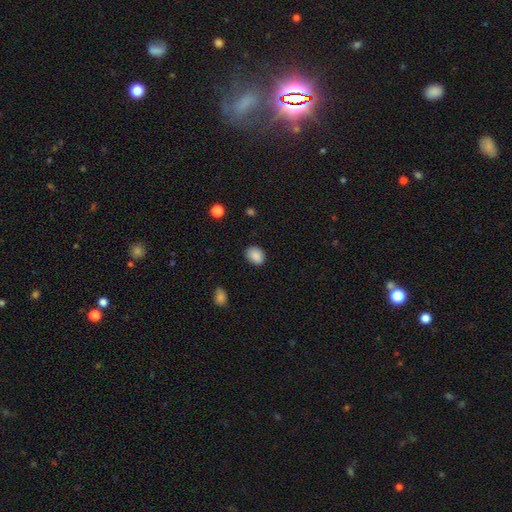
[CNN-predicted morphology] type=smooth (87%); roundness=in between (58%); merging=none (79%).